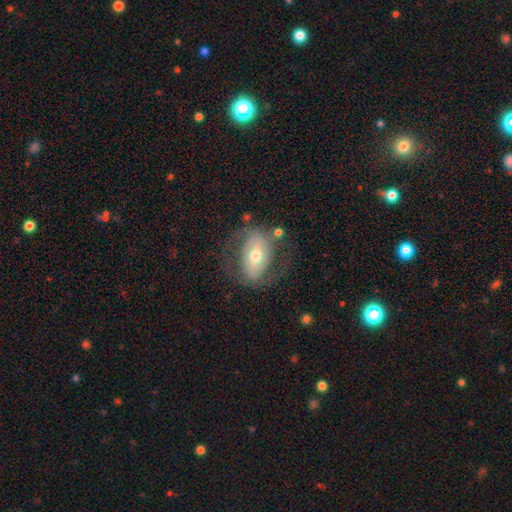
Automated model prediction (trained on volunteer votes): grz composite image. It shows a featured or disk galaxy (70%) with a weak bar (37%), 2 (84%) medium (48%) spiral arms (81%) and a moderate central bulge (64%). Merging: none (65%).